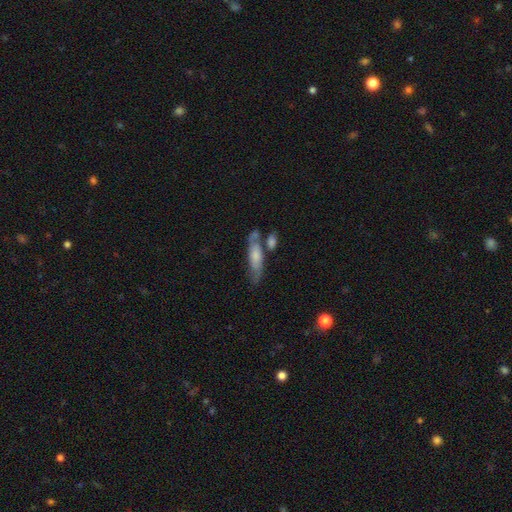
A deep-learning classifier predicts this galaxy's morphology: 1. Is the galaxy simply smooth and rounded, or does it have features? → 60% smooth, 34% featured or disk, 6% star or artifact.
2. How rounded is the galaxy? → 49% in between, 48% cigar-shaped, 3% round.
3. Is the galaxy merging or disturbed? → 45% none, 26% merger, 20% minor disturbance, 9% major disturbance.